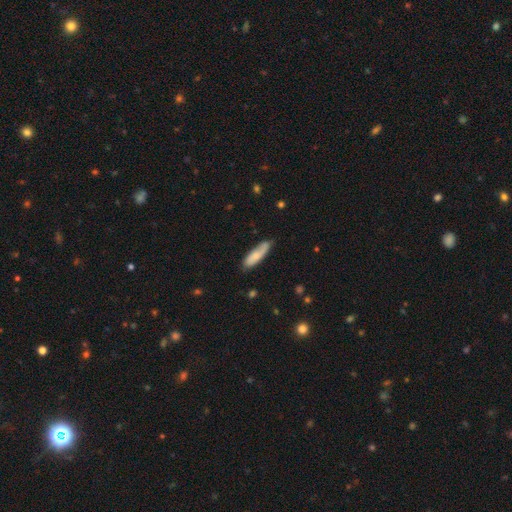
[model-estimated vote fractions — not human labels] Overall: smooth (70%). How rounded: cigar-shaped (55%; in between 43%). Merging: none (70%).